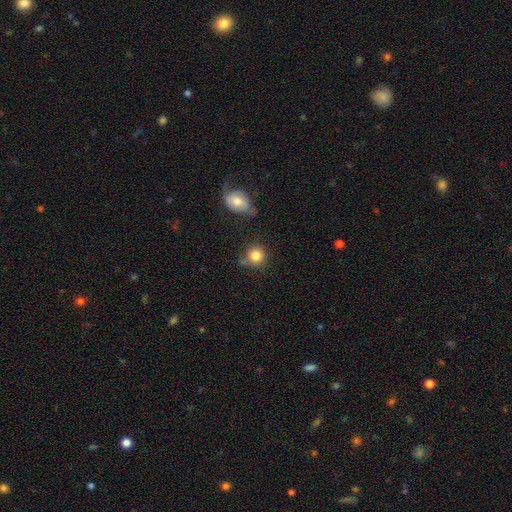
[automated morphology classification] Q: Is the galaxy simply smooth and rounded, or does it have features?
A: smooth — 83%.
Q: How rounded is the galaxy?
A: round — 89%.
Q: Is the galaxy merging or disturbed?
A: none — 69%.